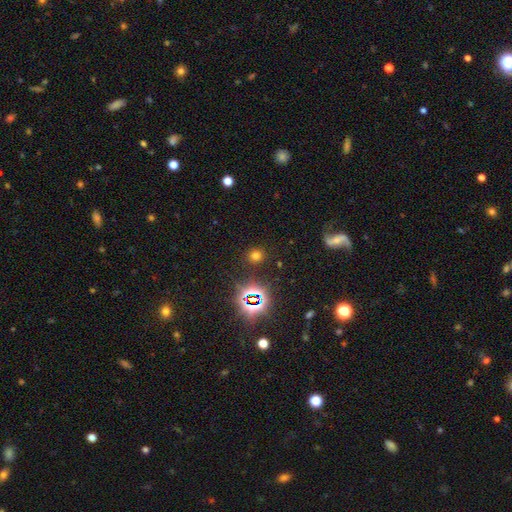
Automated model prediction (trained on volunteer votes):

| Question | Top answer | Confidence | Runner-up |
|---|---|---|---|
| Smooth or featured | smooth | 64% | star or artifact (29%) |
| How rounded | round | 84% | in between (15%) |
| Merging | none | 87% | minor disturbance (7%) |